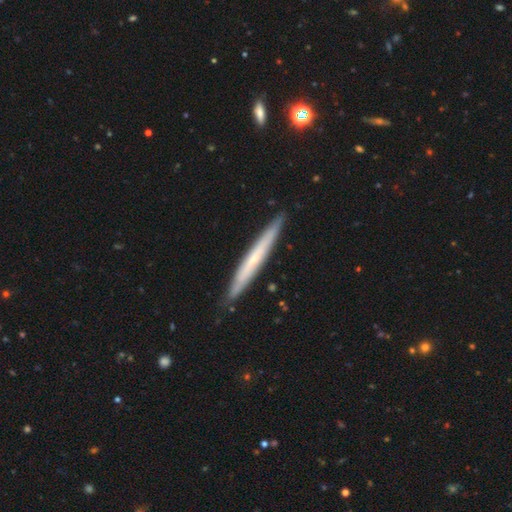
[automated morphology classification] Smooth or featured? featured or disk (53%)
Edge-on disk? yes (93%)
Merging? none (88%)